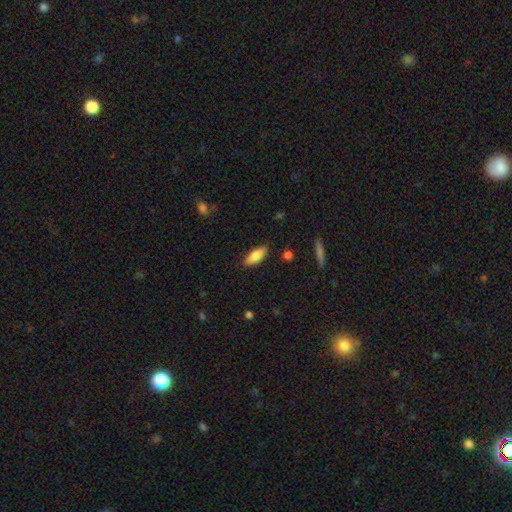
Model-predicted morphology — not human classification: Smooth or featured?
  - smooth: 83% *
  - featured or disk: 11%
  - star or artifact: 6%
How rounded?
  - in between: 72% *
  - cigar-shaped: 26%
  - round: 2%
Merging?
  - none: 85% *
  - minor disturbance: 11%
  - major disturbance: 2%
  - merger: 1%